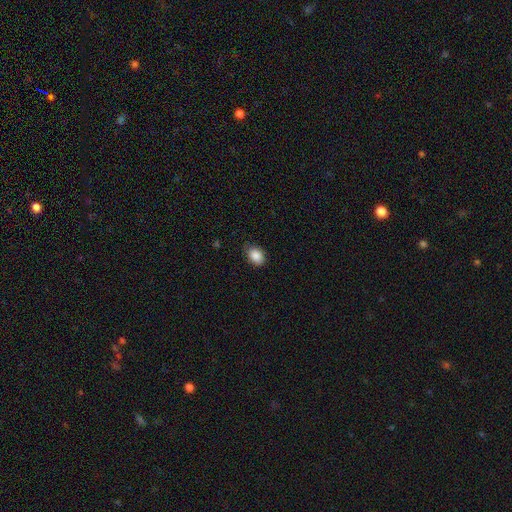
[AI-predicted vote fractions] Smooth or featured?
  - smooth: 88% *
  - star or artifact: 8%
  - featured or disk: 4%
How rounded?
  - in between: 75% *
  - round: 23%
  - cigar-shaped: 1%
Merging?
  - none: 78% *
  - minor disturbance: 18%
  - major disturbance: 3%
  - merger: 1%